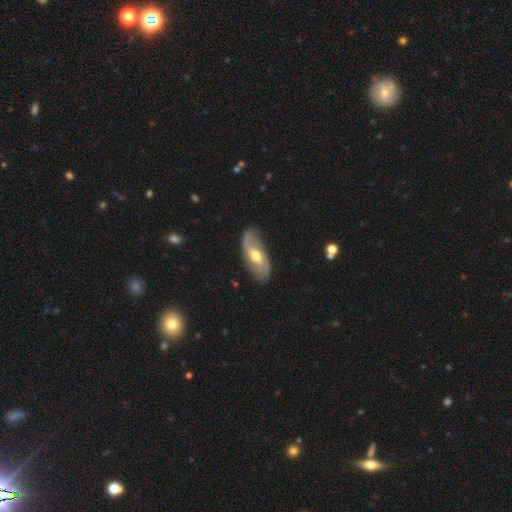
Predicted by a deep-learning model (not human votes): Smooth or featured? featured or disk (68%)
Edge-on disk? no (89%)
Bar? no (44%)
Spiral arms? yes (84%)
Spiral winding? loose (58%)
Spiral arm count? 2 (83%)
Bulge size? moderate (72%)
Merging? none (77%)